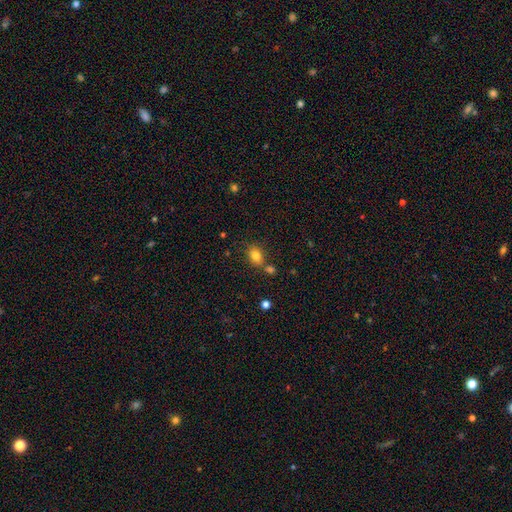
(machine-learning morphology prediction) Overall: smooth (81%). How rounded: in between (72%). Merging: none (67%).